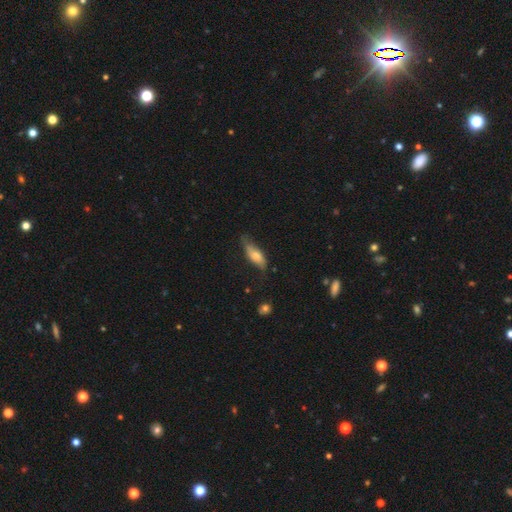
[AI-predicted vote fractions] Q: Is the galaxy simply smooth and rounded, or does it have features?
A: smooth — 63%.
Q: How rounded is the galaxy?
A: in between — 64%.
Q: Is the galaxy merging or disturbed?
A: none — 55%.